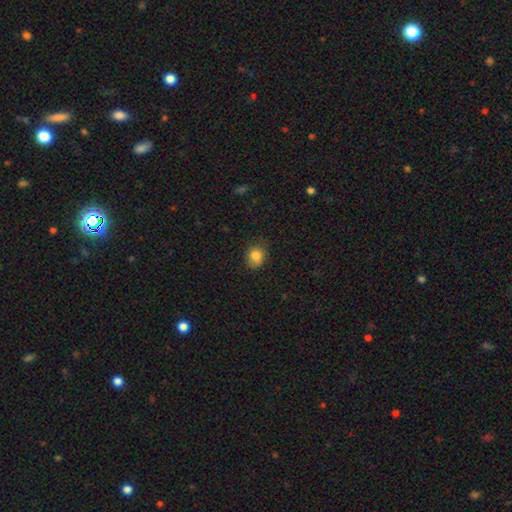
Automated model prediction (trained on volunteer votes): Overall: smooth (82%). How rounded: round (64%; in between 35%). Merging: none (74%).